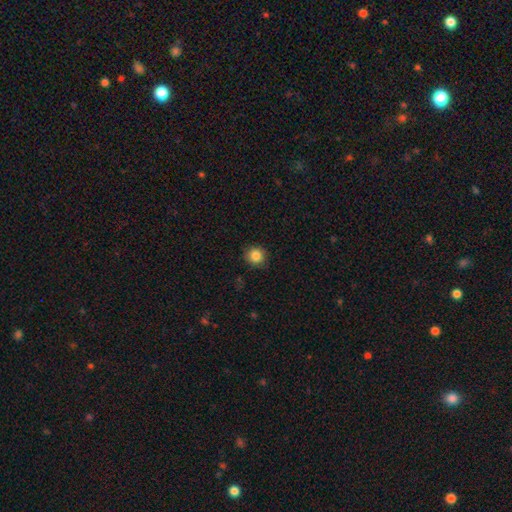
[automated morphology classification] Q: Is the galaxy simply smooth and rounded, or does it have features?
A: smooth — 86%.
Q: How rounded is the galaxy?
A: round — 90%.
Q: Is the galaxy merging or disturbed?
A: none — 88%.